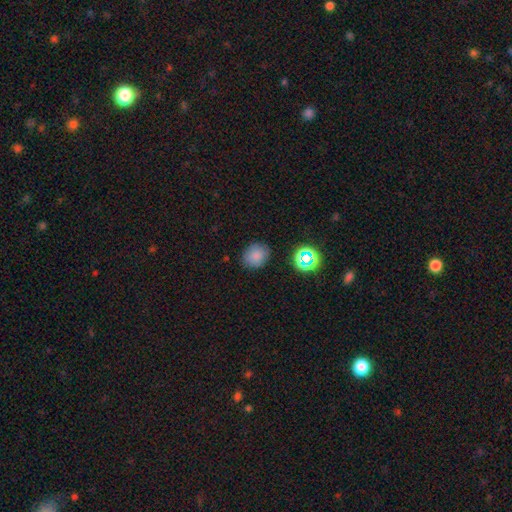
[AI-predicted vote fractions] Q: Smooth or featured?
A: smooth (79%); runner-up: star or artifact (14%)
Q: How rounded?
A: round (65%); runner-up: in between (34%)
Q: Merging?
A: none (84%); runner-up: minor disturbance (11%)